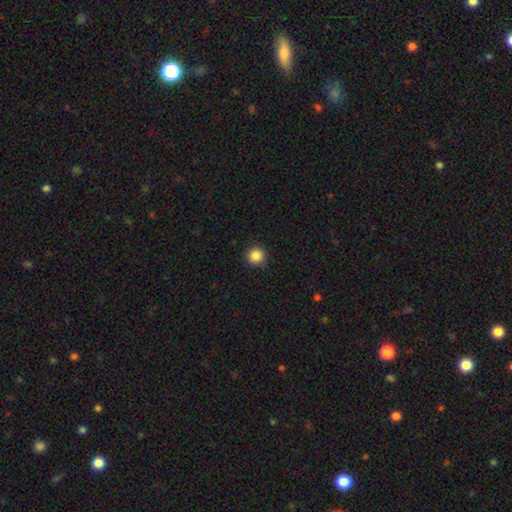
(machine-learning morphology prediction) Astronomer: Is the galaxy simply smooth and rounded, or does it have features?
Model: smooth — 87%.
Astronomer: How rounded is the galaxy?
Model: round — 95%.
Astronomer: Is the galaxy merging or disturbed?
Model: none — 92%.